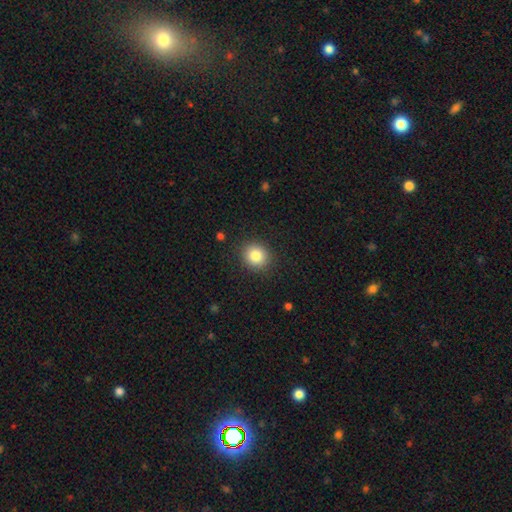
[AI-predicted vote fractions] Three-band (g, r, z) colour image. It shows a smooth galaxy with no disk features (84%) that is round (78%). Merging: none (89%).